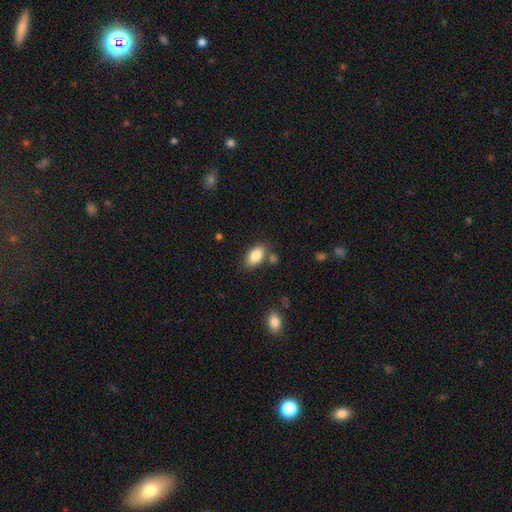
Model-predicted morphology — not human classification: Q: Smooth or featured?
A: smooth (84%); runner-up: featured or disk (9%)
Q: How rounded?
A: in between (92%); runner-up: round (5%)
Q: Merging?
A: none (74%); runner-up: minor disturbance (14%)